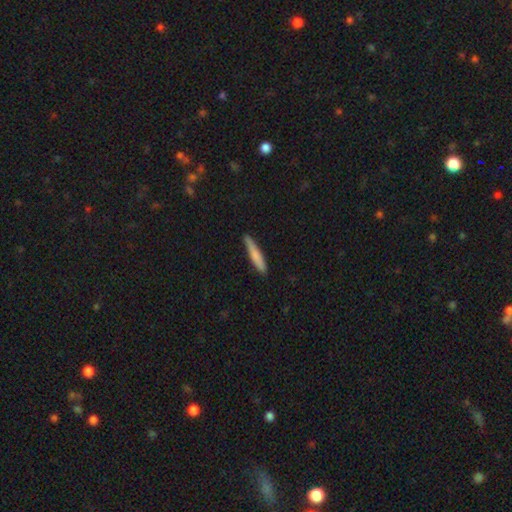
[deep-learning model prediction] smooth_or_featured: smooth (p=0.75) [alt: featured or disk p=0.20]
how_rounded: cigar-shaped (p=0.93) [alt: in between p=0.06]
merging: none (p=0.86) [alt: minor disturbance p=0.11]